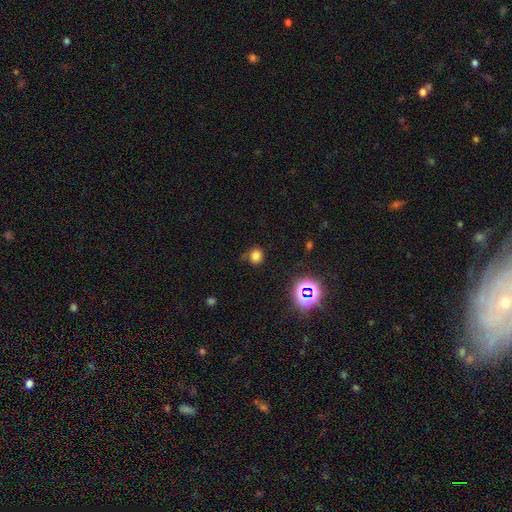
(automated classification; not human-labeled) smooth_or_featured: smooth (p=0.75) [alt: star or artifact p=0.19]
how_rounded: round (p=0.74) [alt: in between p=0.25]
merging: none (p=0.69) [alt: minor disturbance p=0.20]